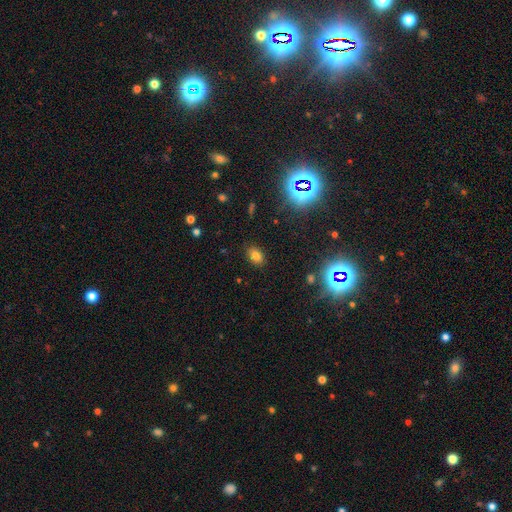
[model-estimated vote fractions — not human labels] Q: Smooth or featured?
A: smooth (74%); runner-up: star or artifact (18%)
Q: How rounded?
A: in between (78%); runner-up: round (21%)
Q: Merging?
A: none (87%); runner-up: minor disturbance (9%)